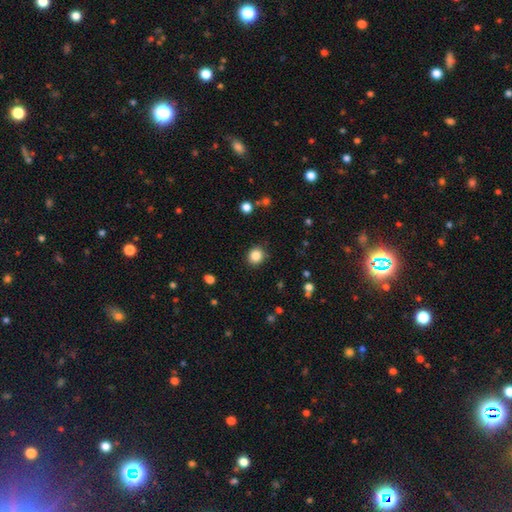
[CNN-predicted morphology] Smooth or featured: smooth — 85% (star or artifact — 11%)
How rounded: round — 84% (in between — 15%)
Merging: none — 89% (minor disturbance — 8%)